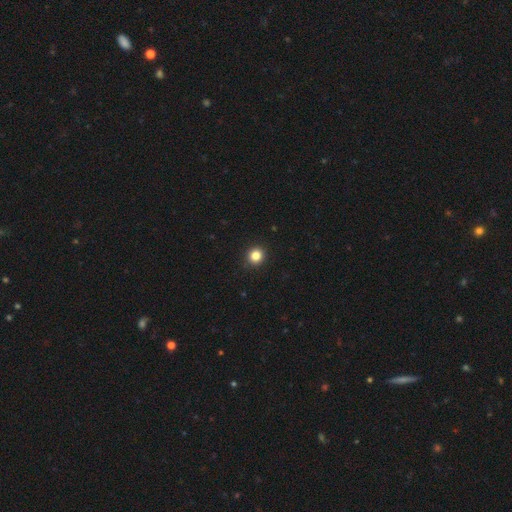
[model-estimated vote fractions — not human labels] Smooth or featured: smooth — 84% (star or artifact — 12%)
How rounded: round — 91% (in between — 9%)
Merging: none — 92% (minor disturbance — 5%)